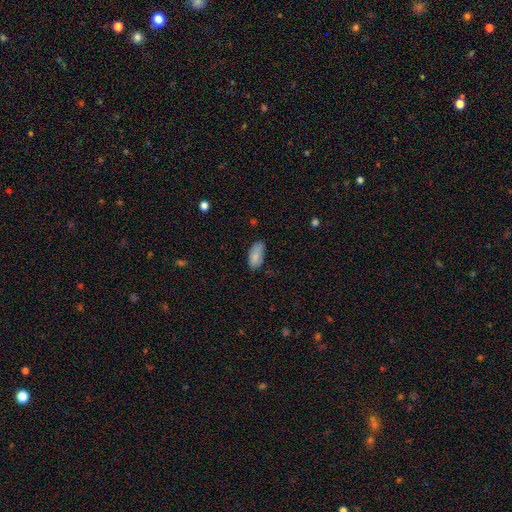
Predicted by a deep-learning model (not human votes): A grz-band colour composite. It shows a smooth galaxy with no disk features (85%) that is in between round and cigar-shaped (92%). Merging: none (70%).